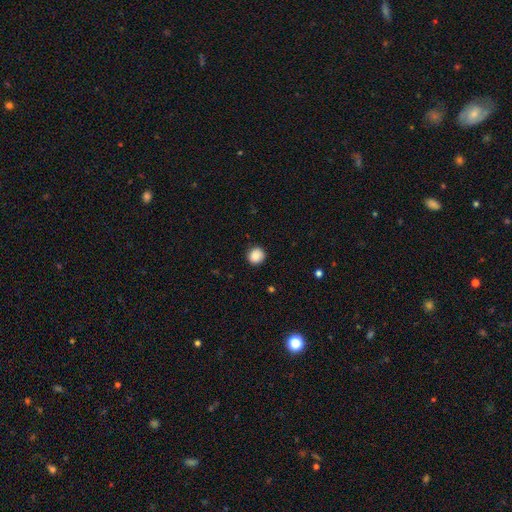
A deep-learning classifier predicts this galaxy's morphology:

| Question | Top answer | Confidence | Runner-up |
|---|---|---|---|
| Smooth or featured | smooth | 88% | star or artifact (9%) |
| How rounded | round | 92% | in between (7%) |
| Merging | none | 90% | minor disturbance (7%) |